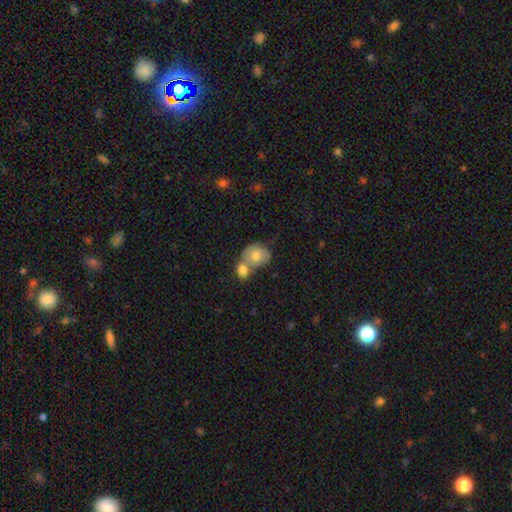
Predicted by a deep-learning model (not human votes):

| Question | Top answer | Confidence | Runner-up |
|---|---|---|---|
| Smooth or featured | smooth | 69% | featured or disk (23%) |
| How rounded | round | 62% | in between (37%) |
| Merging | merger | 62% | none (24%) |